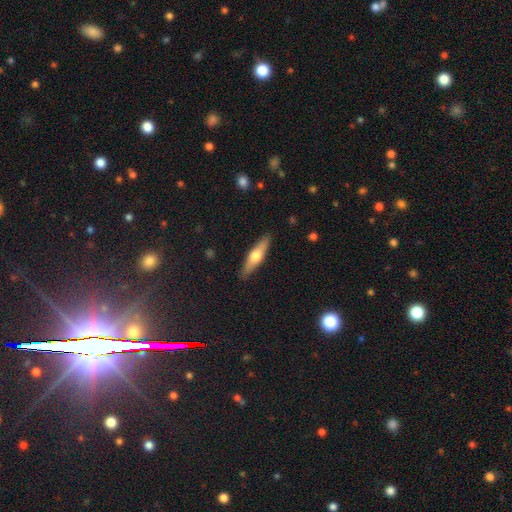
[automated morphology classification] Smooth or featured?
  - featured or disk: 50% *
  - smooth: 44%
  - star or artifact: 5%
Edge-on disk?
  - yes: 93% *
  - no: 7%
Merging?
  - none: 89% *
  - minor disturbance: 8%
  - major disturbance: 2%
  - merger: 1%